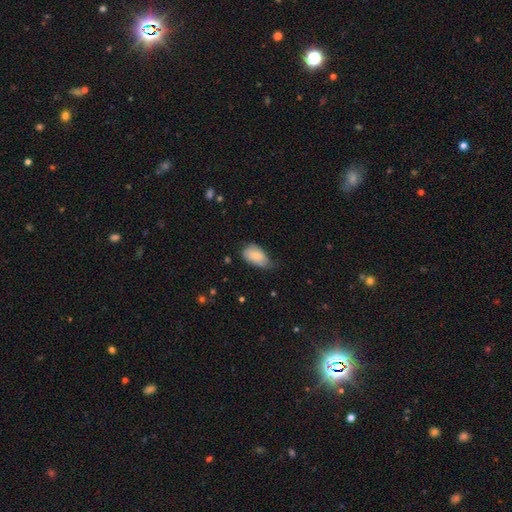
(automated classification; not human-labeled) Q: Smooth or featured?
A: smooth (72%); runner-up: featured or disk (22%)
Q: How rounded?
A: in between (92%); runner-up: round (6%)
Q: Merging?
A: minor disturbance (46%); runner-up: none (41%)